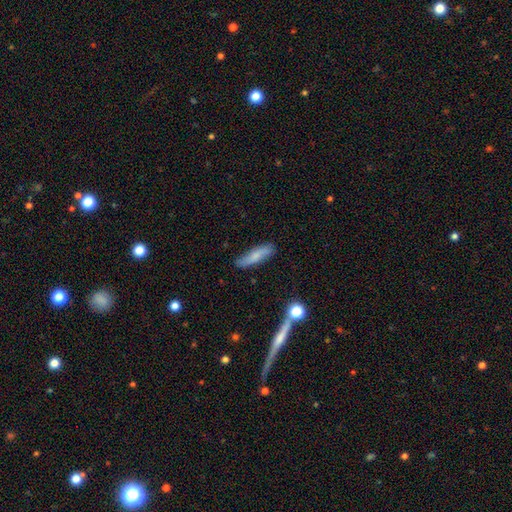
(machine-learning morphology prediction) Q: Smooth or featured?
A: smooth (70%); runner-up: featured or disk (23%)
Q: How rounded?
A: cigar-shaped (68%); runner-up: in between (29%)
Q: Merging?
A: none (78%); runner-up: minor disturbance (15%)